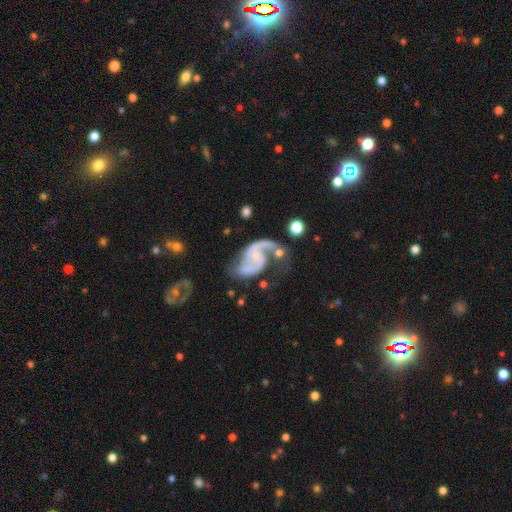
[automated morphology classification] Smooth or featured? Predicted: featured or disk (p=0.88). Edge-on disk? Predicted: no (p=0.98). Bar? Predicted: no (p=0.61). Spiral arms? Predicted: yes (p=0.96). Spiral winding? Predicted: loose (p=0.44). Spiral arm count? Predicted: 2 (p=0.80). Bulge size? Predicted: small (p=0.70). Merging? Predicted: none (p=0.41).